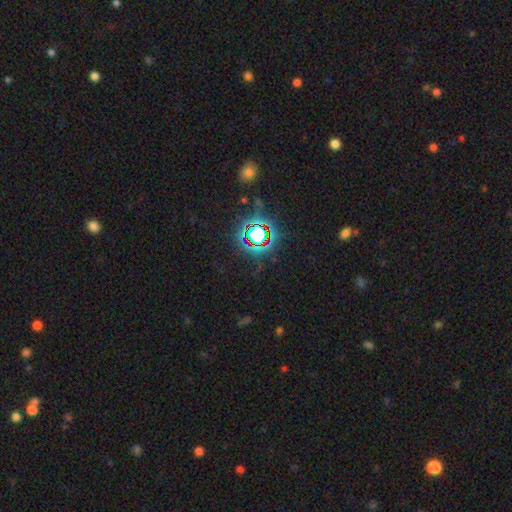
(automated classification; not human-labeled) Overall: star or artifact (80%).